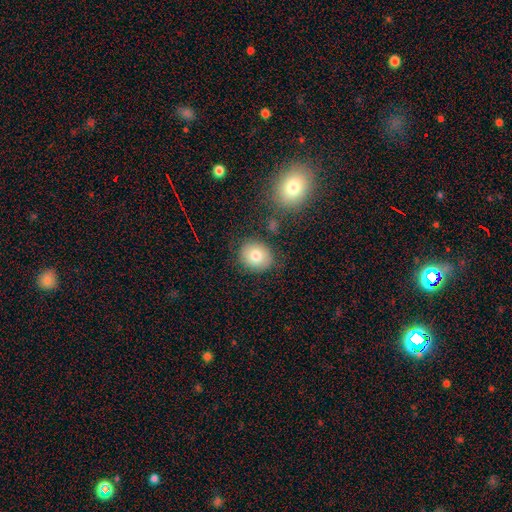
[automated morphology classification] type=smooth (79%); roundness=round (71%); merging=none (80%).